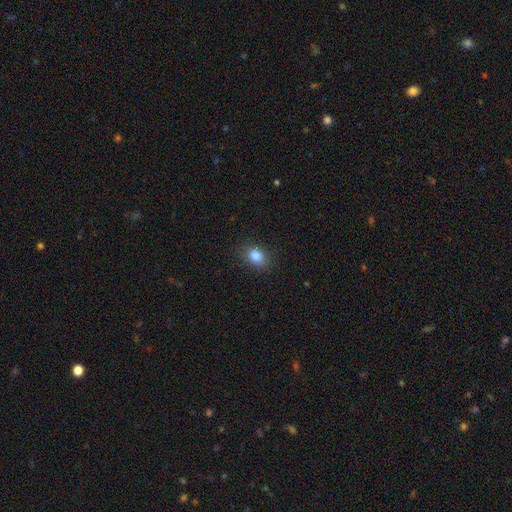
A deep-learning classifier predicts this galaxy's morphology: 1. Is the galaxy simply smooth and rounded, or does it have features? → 84% smooth, 11% star or artifact, 6% featured or disk.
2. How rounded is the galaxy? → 66% in between, 32% round, 1% cigar-shaped.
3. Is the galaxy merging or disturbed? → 74% none, 17% minor disturbance, 5% major disturbance, 4% merger.